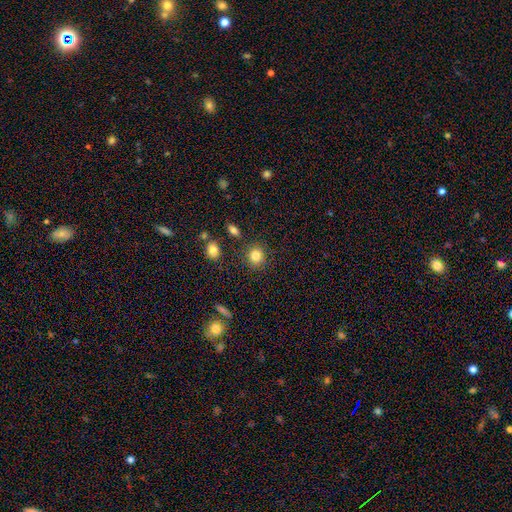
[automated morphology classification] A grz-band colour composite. It shows a smooth galaxy with no disk features (84%) that is round (86%). Merging: none (85%).